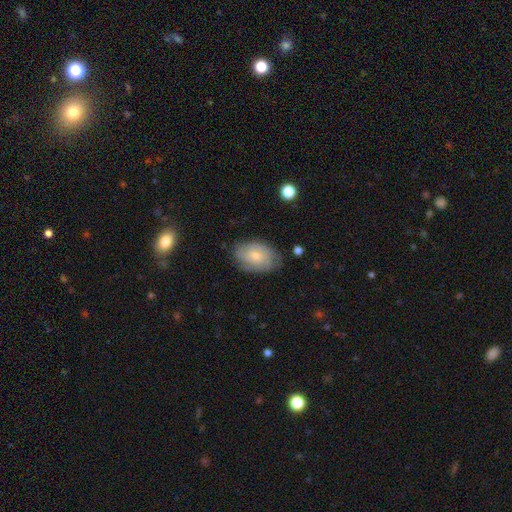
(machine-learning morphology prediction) smooth-or-featured: smooth: 52% | featured or disk: 41% | star or artifact: 7%
  how-rounded: in between: 84% | round: 15% | cigar-shaped: 1%
  merging: none: 70% | minor disturbance: 22% | major disturbance: 6% | merger: 1%